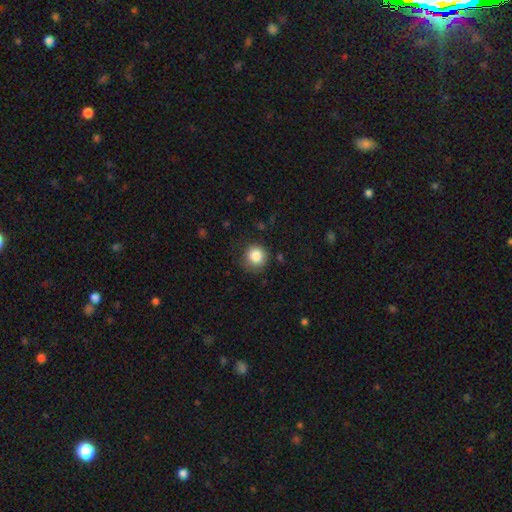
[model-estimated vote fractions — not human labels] Smooth or featured? Predicted: smooth (p=0.86). How rounded? Predicted: round (p=0.92). Merging? Predicted: none (p=0.80).